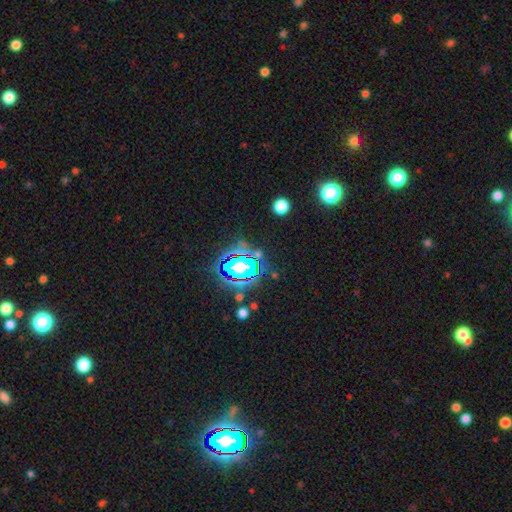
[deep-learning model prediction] star or artifact 69%, smooth 19%, featured or disk 13%.